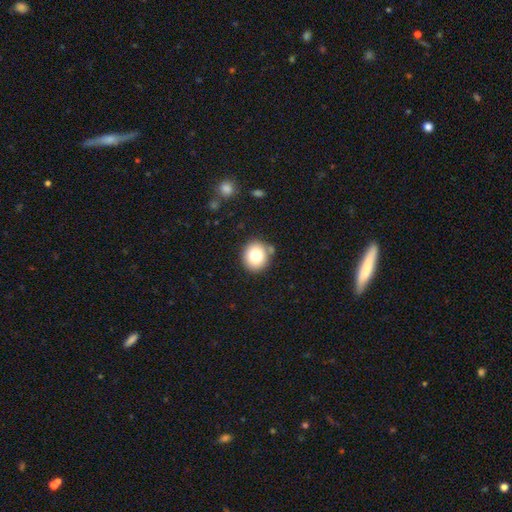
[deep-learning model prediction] smooth_or_featured: smooth (p=0.79) [alt: star or artifact p=0.11]
how_rounded: round (p=0.82) [alt: in between p=0.17]
merging: none (p=0.81) [alt: minor disturbance p=0.11]